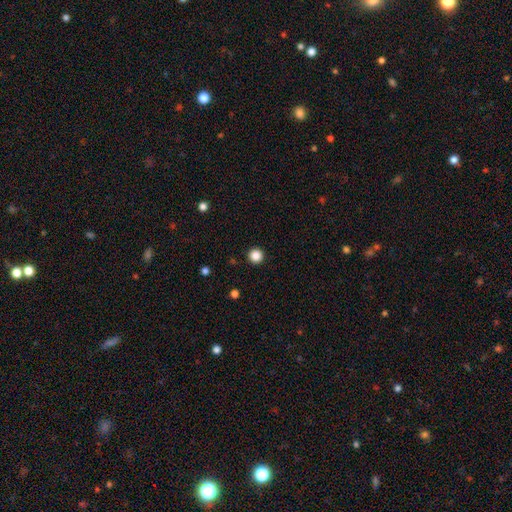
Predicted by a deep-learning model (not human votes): Q: Smooth or featured?
A: smooth (86%); runner-up: star or artifact (11%)
Q: How rounded?
A: round (97%); runner-up: in between (2%)
Q: Merging?
A: none (94%); runner-up: minor disturbance (4%)